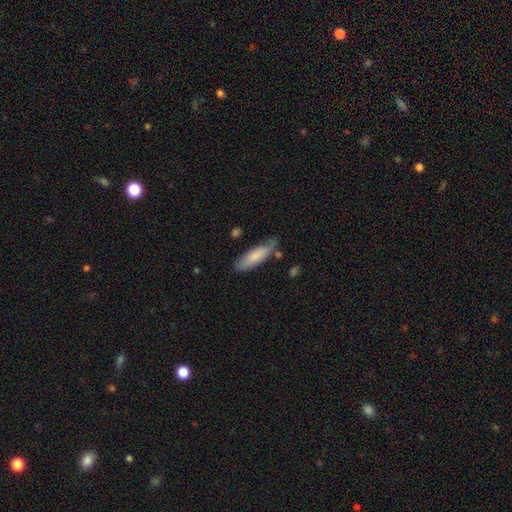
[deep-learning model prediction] Overall: smooth (78%). How rounded: cigar-shaped (55%; in between 43%). Merging: none (68%).